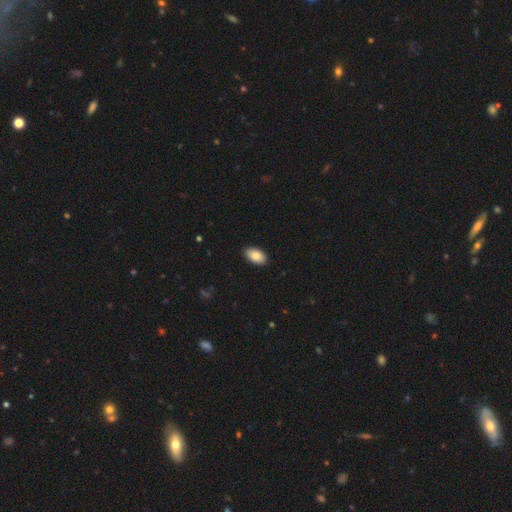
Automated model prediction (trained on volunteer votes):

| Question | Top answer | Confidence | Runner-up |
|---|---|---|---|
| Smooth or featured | smooth | 88% | star or artifact (7%) |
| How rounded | in between | 94% | round (5%) |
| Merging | none | 89% | minor disturbance (8%) |